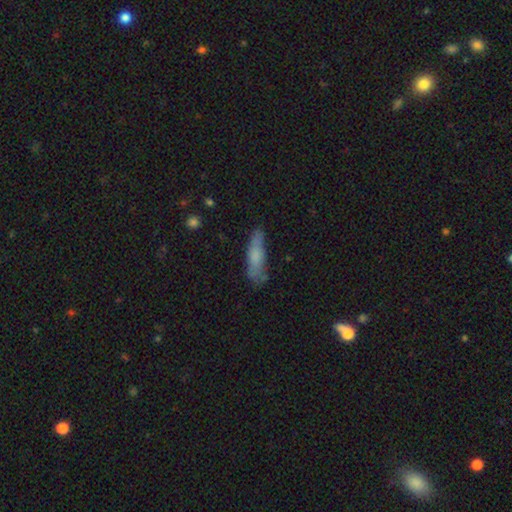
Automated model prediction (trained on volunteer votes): Overall: smooth (65%; featured or disk 27%). How rounded: cigar-shaped (64%; in between 34%). Merging: none (65%; minor disturbance 25%).